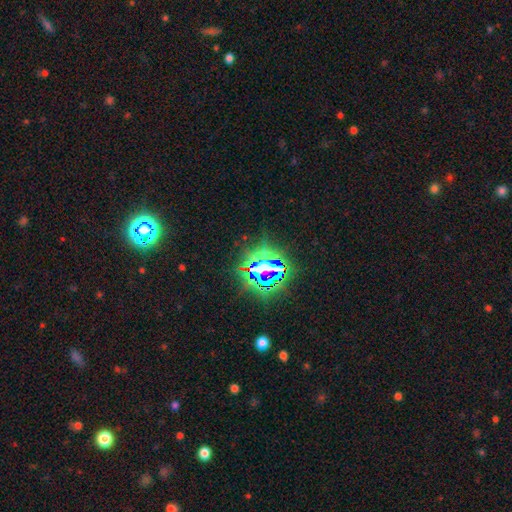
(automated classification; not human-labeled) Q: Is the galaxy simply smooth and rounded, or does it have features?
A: star or artifact — 79%.